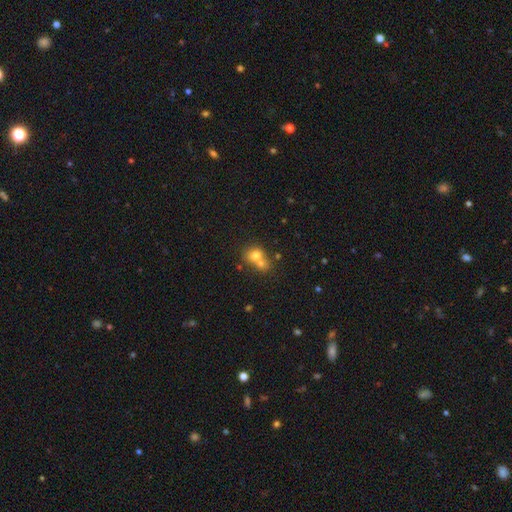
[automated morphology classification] The model was most divided on "merging": merger: 57%, none: 33%, minor disturbance: 7%, major disturbance: 3%. More confident: smooth or featured — smooth (73%); how rounded — round (71%).